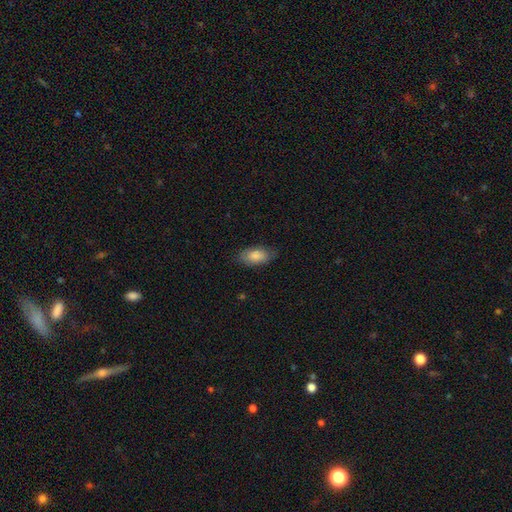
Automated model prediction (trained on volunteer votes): Morphology: type=smooth (83%); roundness=in between (91%); merging=none (78%).